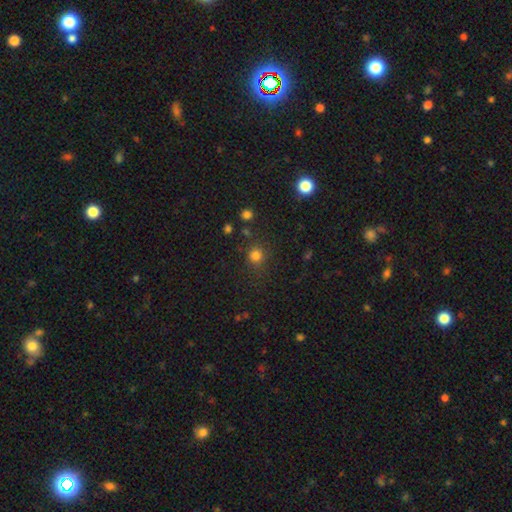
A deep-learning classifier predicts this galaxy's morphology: smooth_or_featured: smooth (p=0.78) [alt: star or artifact p=0.16]
how_rounded: round (p=0.90) [alt: in between p=0.09]
merging: none (p=0.80) [alt: minor disturbance p=0.11]